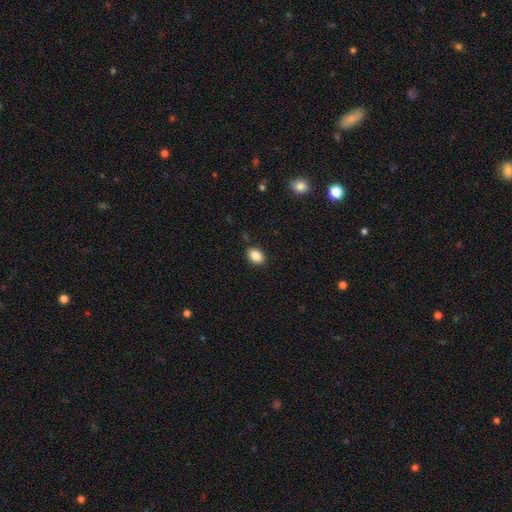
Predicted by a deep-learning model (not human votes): Smooth or featured: smooth — 86% (star or artifact — 9%)
How rounded: in between — 79% (round — 20%)
Merging: none — 86% (minor disturbance — 11%)